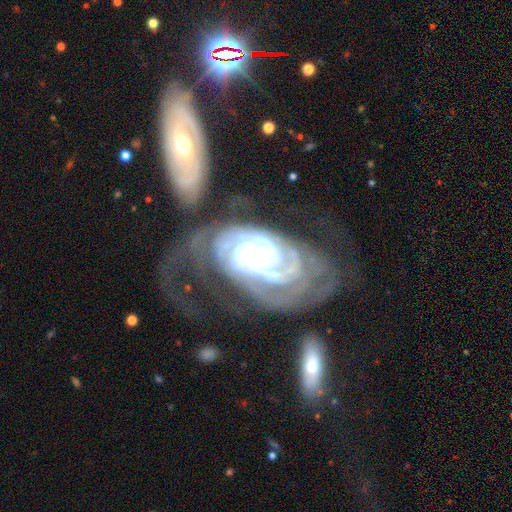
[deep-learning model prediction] Overall: featured or disk (92%). Edge-on disk: no (97%). Bar: no (62%; weak 25%). Spiral arms: yes (98%). Spiral arm count: 2 (27%; 3 24%). Spiral winding: tight (74%). Bulge size: small (62%; moderate 33%). Merging: major disturbance (32%; none 29%).